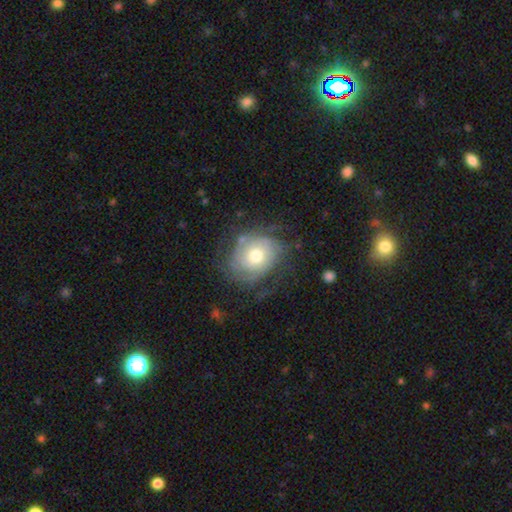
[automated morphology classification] This is likely a featured or disk galaxy (64%). It is clearly not viewed edge-on (97%). Bar: clearly no (82%). Spiral arm pattern: clearly yes (80%). Central bulge: likely moderate (68%). Merging: possibly none (59%).